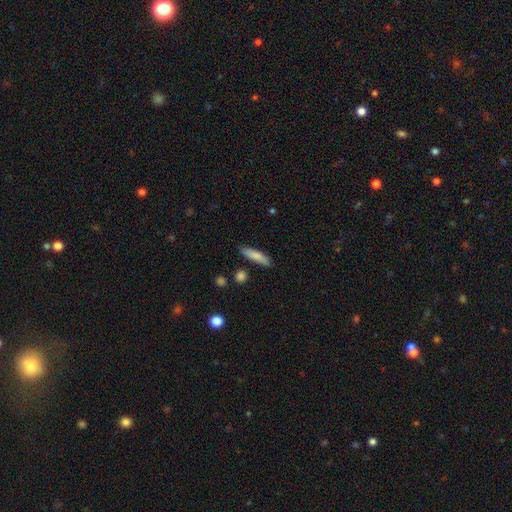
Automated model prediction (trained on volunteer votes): A smooth galaxy with no disk features (80%) that is cigar-shaped (77%). Merging: none (84%).